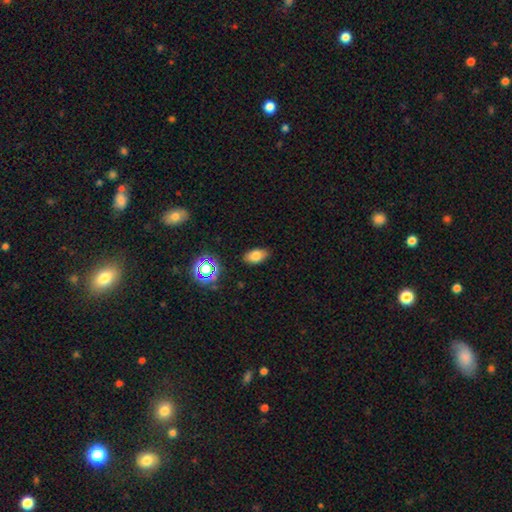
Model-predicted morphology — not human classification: A smooth galaxy with no disk features (77%) that is in between round and cigar-shaped (90%). Merging: none (85%).